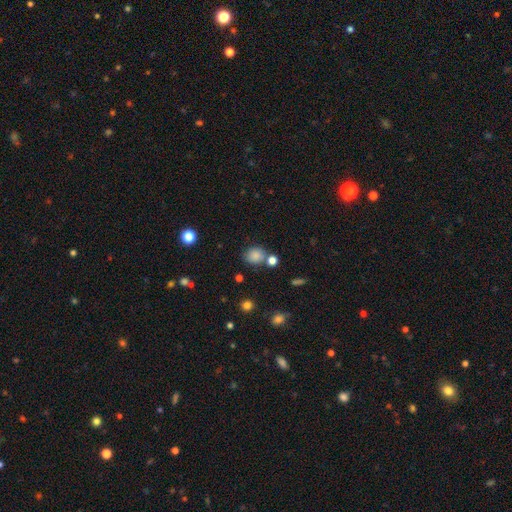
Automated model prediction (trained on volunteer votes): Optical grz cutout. It shows a smooth galaxy with no disk features (83%) that is round (72%). Merging: none (70%).